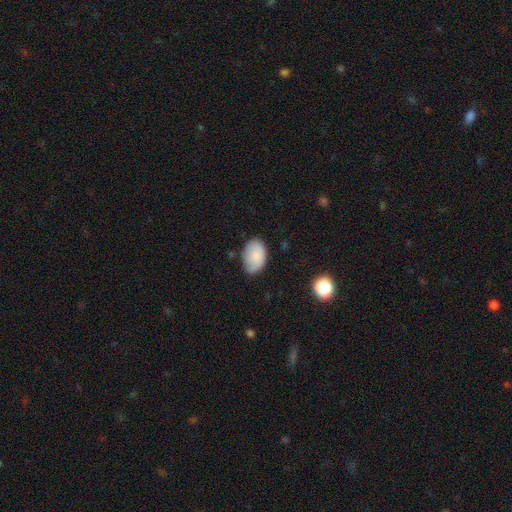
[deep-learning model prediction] Smooth or featured: smooth — 85% (featured or disk — 8%)
How rounded: in between — 89% (round — 10%)
Merging: none — 73% (minor disturbance — 21%)